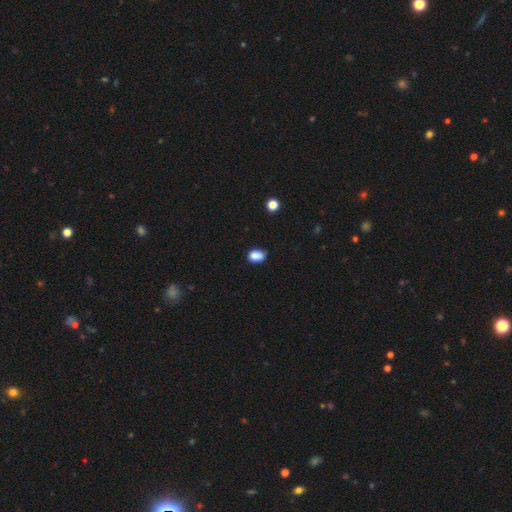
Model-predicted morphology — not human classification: Smooth or featured?
  - smooth: 85% *
  - star or artifact: 10%
  - featured or disk: 5%
How rounded?
  - in between: 75% *
  - round: 24%
  - cigar-shaped: 1%
Merging?
  - none: 67% *
  - minor disturbance: 25%
  - major disturbance: 5%
  - merger: 3%